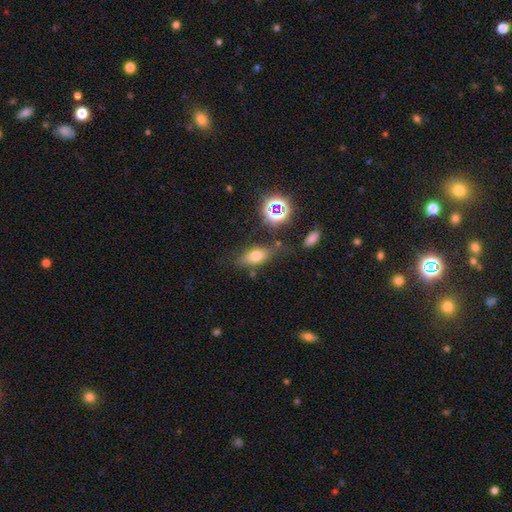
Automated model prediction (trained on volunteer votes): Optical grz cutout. It shows a smooth galaxy with no disk features (66%) that is in between round and cigar-shaped (79%). Merging: none (68%).